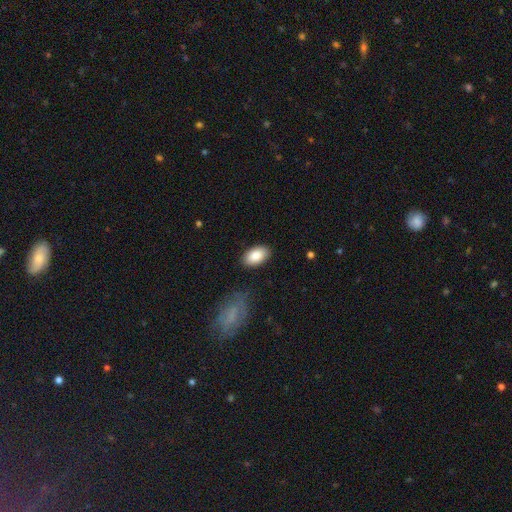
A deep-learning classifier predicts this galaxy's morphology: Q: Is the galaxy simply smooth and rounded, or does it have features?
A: smooth — 86%.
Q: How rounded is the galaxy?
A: in between — 93%.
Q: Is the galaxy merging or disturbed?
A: none — 86%.